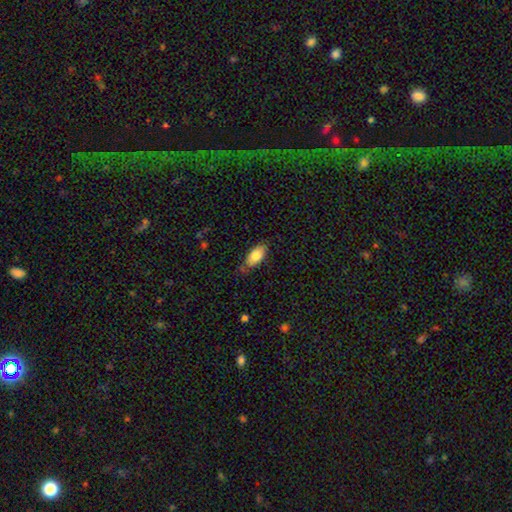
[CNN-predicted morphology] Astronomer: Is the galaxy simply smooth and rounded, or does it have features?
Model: smooth — 81%.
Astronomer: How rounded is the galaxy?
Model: in between — 88%.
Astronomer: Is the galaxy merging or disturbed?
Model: none — 75%.